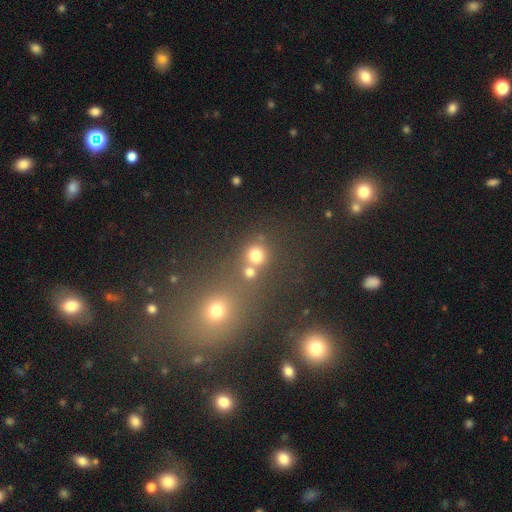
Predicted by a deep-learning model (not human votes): Smooth or featured?
  - smooth: 73% *
  - star or artifact: 19%
  - featured or disk: 8%
How rounded?
  - round: 86% *
  - in between: 12%
  - cigar-shaped: 1%
Merging?
  - none: 57% *
  - merger: 31%
  - minor disturbance: 8%
  - major disturbance: 4%